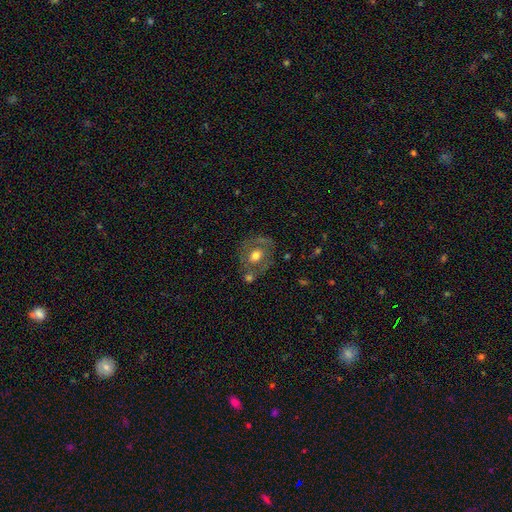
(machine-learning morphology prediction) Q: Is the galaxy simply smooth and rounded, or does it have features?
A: smooth — 47%.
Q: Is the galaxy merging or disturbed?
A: none — 63%.